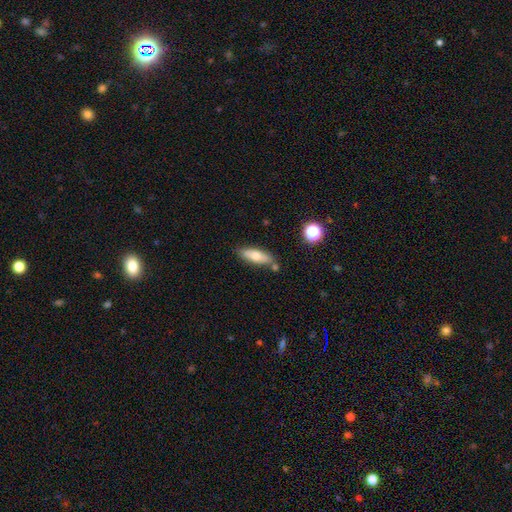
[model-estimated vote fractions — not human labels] smooth_or_featured: smooth (p=0.68) [alt: featured or disk p=0.24]
how_rounded: in between (p=0.49) [alt: cigar-shaped p=0.48]
merging: none (p=0.76) [alt: minor disturbance p=0.14]